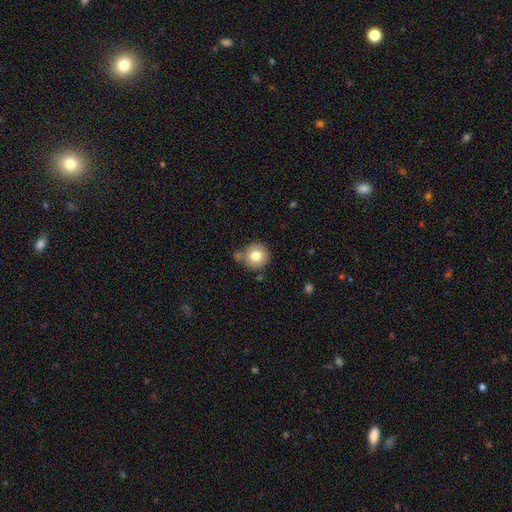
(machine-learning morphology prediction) Smooth or featured? Predicted: smooth (p=0.79). How rounded? Predicted: round (p=0.94). Merging? Predicted: none (p=0.73).